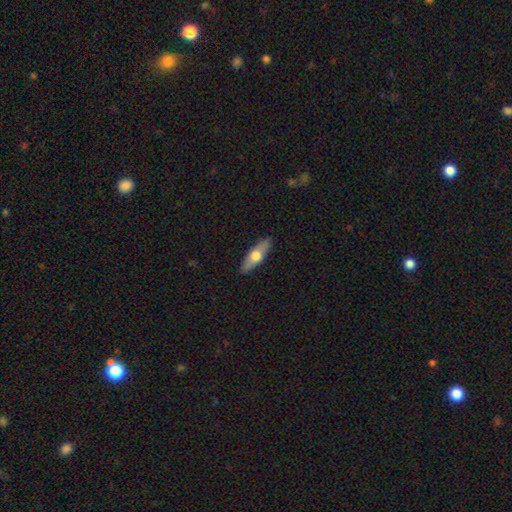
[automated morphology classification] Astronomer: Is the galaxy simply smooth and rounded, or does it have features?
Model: smooth — 54% (runner-up: featured or disk, 40%).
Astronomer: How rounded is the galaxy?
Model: in between — 54% (runner-up: cigar-shaped, 43%).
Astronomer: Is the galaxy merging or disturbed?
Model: none — 87%.